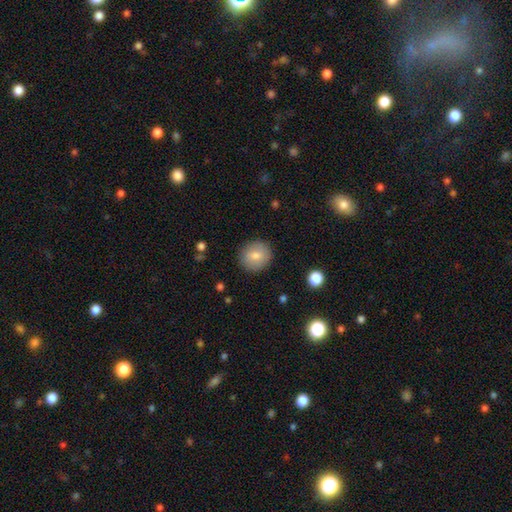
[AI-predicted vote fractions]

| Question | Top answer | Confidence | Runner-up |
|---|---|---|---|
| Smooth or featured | smooth | 80% | featured or disk (12%) |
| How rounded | round | 87% | in between (12%) |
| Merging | none | 89% | minor disturbance (7%) |